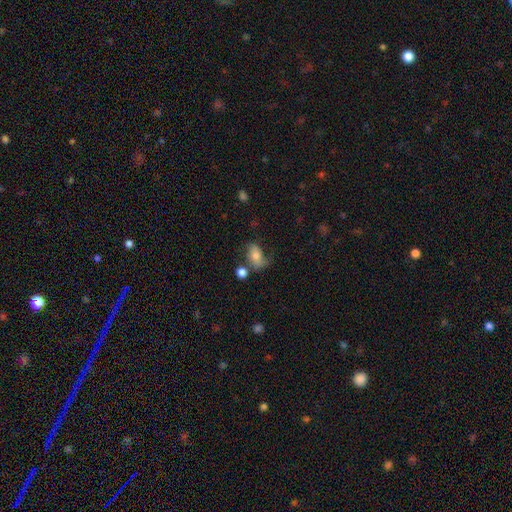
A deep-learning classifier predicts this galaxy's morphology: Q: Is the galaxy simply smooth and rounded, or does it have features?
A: smooth — 60%.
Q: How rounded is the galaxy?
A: in between — 81%.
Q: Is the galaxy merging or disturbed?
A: none — 42%.